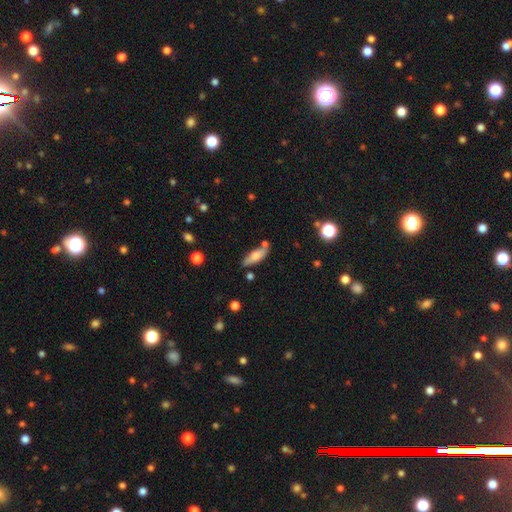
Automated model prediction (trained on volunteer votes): The model was most divided on "how rounded": in between: 53%, cigar-shaped: 45%, round: 2%. More confident: smooth or featured — smooth (70%); merging — none (69%).